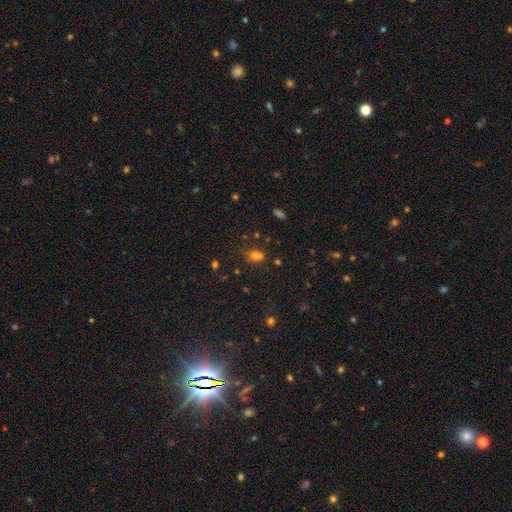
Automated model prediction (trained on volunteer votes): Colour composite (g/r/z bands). It shows a smooth galaxy with no disk features (61%) that is round (59%). Merging: none (45%).